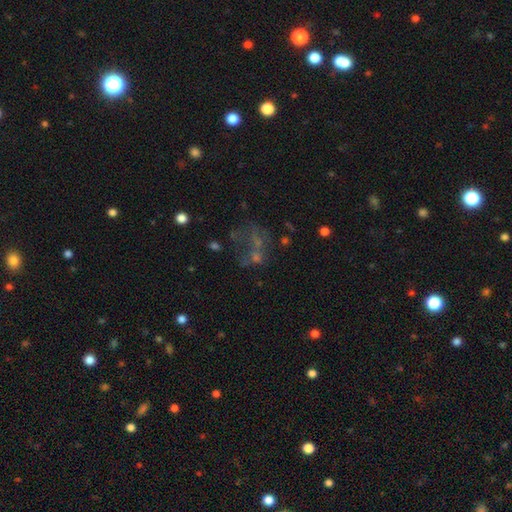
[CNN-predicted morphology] Q: Smooth or featured?
A: featured or disk (38%); runner-up: star or artifact (32%)
Q: Merging?
A: none (34%); runner-up: major disturbance (32%)